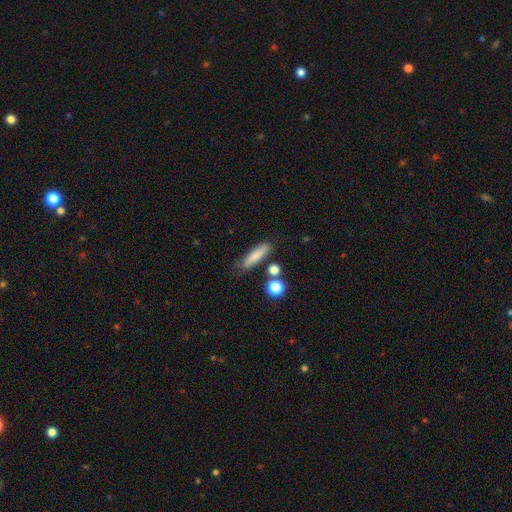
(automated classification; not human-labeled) Smooth or featured? Predicted: smooth (p=0.75). How rounded? Predicted: cigar-shaped (p=0.67). Merging? Predicted: none (p=0.74).